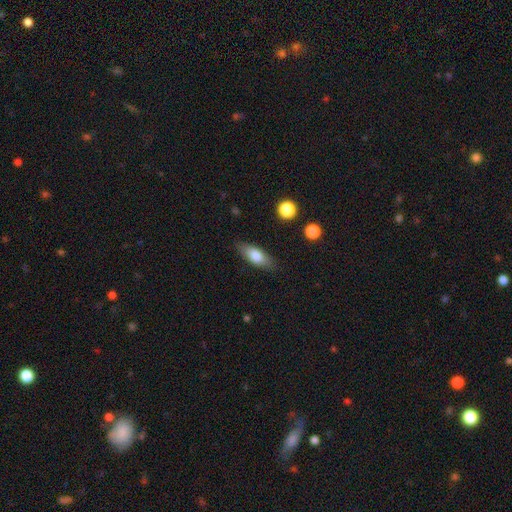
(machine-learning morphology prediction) Overall: smooth (75%). How rounded: in between (74%). Merging: none (83%).